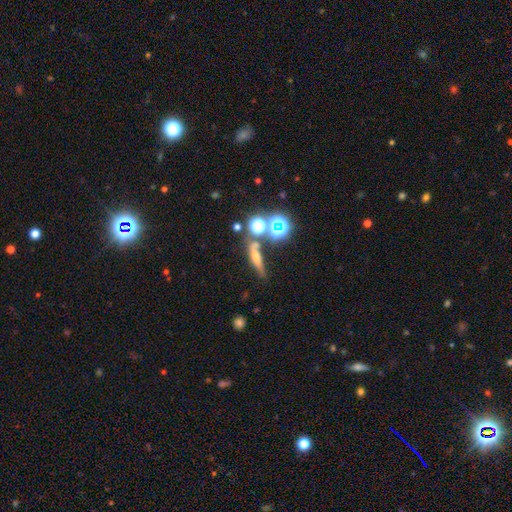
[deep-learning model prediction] A smooth galaxy with no disk features (45%). Merging: none (60%).